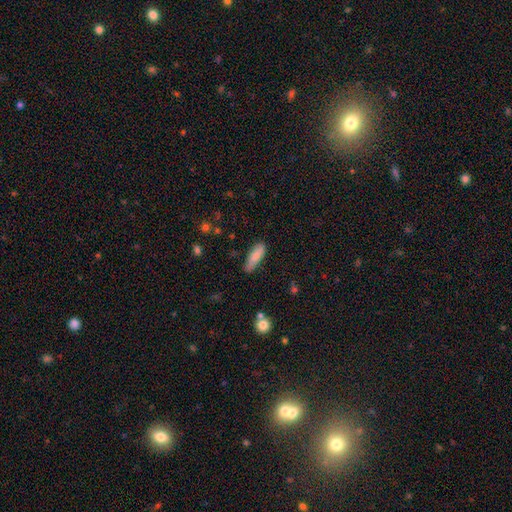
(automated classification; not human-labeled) A smooth galaxy with no disk features (82%) that is cigar-shaped (53%). Merging: none (72%).